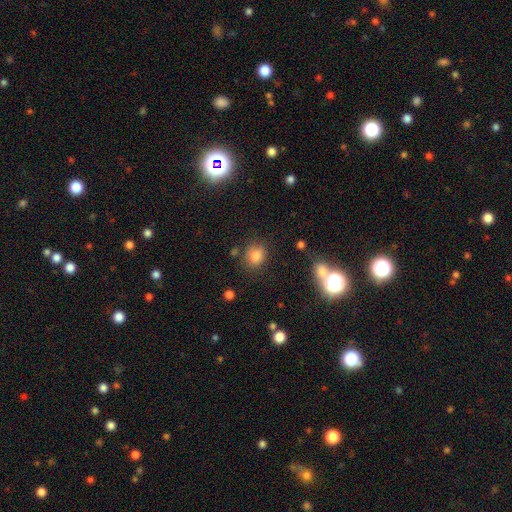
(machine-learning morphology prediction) Smooth or featured? Predicted: smooth (p=0.79). How rounded? Predicted: round (p=0.60). Merging? Predicted: none (p=0.77).